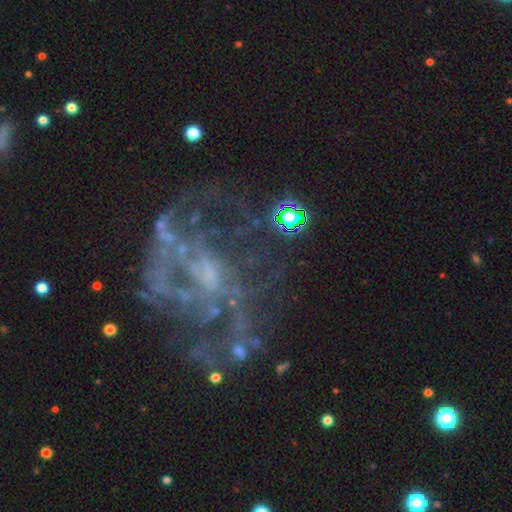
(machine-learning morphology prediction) This appears to be a featured or disk galaxy (76%) with no bar (62%), spiral arms (67%) and no central bulge (42%). Merging: none (49%).